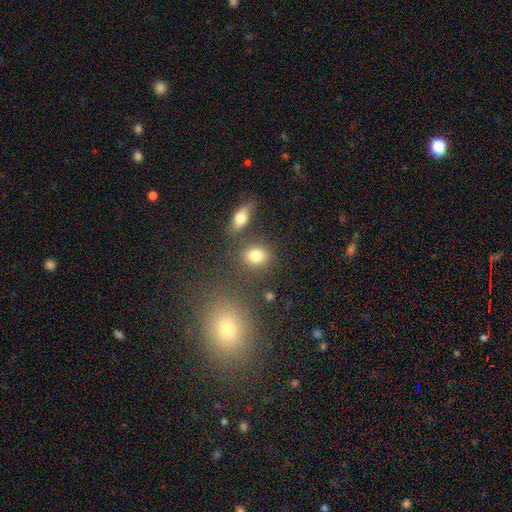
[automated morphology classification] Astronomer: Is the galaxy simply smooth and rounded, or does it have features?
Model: smooth — 80%.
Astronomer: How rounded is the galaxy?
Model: round — 51% (runner-up: in between, 47%).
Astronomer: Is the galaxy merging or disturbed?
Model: none — 73%.